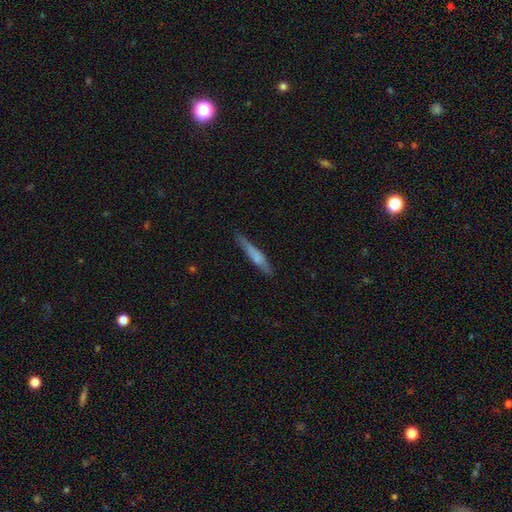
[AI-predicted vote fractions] Overall: smooth (62%; featured or disk 32%). How rounded: cigar-shaped (91%). Merging: none (81%).